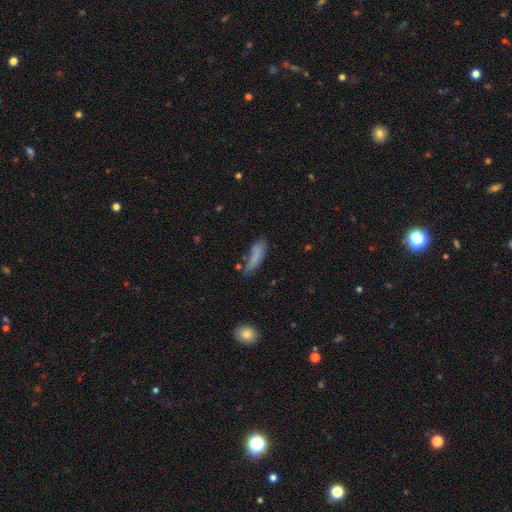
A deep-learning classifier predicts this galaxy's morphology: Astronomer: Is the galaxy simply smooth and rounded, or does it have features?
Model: smooth — 78%.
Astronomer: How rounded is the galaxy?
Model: cigar-shaped — 53% (runner-up: in between, 45%).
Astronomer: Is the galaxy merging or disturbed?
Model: none — 53% (runner-up: minor disturbance, 29%).